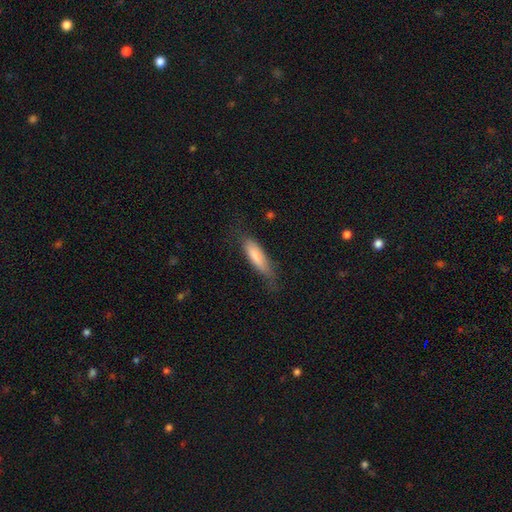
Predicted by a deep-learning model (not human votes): smooth_or_featured: smooth (p=0.77) [alt: featured or disk p=0.17]
how_rounded: cigar-shaped (p=0.58) [alt: in between p=0.40]
merging: none (p=0.61) [alt: minor disturbance p=0.27]